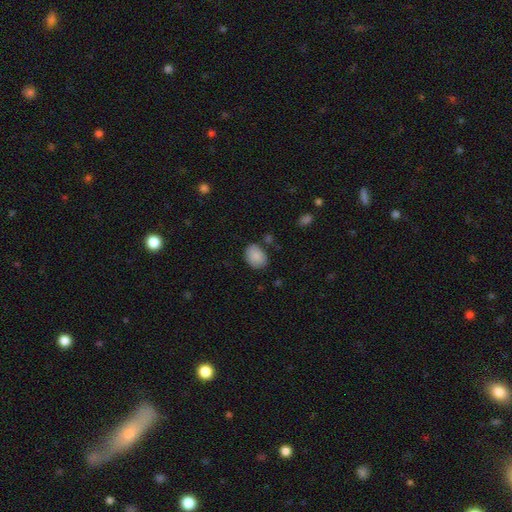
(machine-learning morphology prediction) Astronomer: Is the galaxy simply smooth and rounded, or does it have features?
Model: smooth — 88%.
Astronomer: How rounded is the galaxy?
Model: in between — 70%.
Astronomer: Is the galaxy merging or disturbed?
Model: none — 75%.